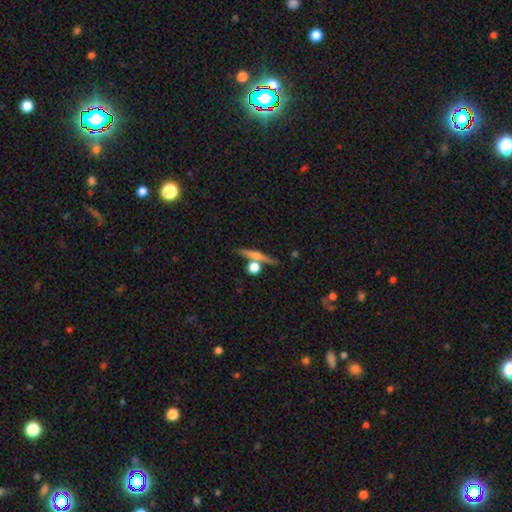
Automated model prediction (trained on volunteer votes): This appears to be a smooth galaxy with no disk features (47%). Merging: none (73%).